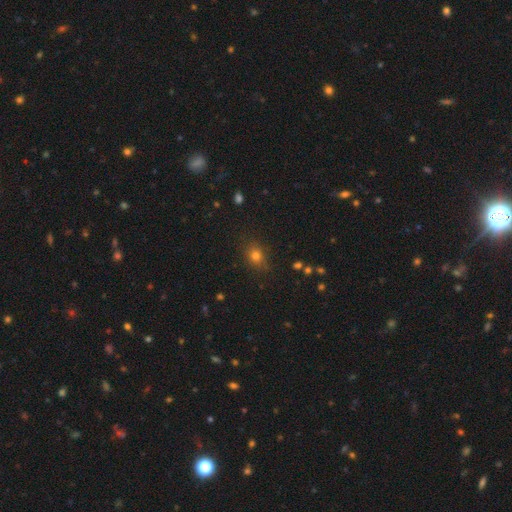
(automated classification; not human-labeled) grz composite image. It shows a smooth galaxy with no disk features (75%) that is round (60%). Merging: none (83%).